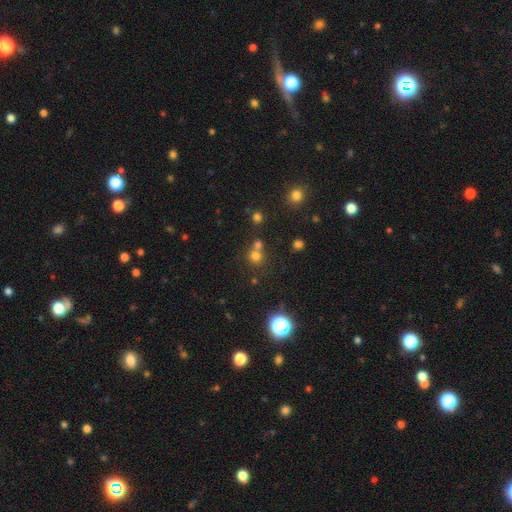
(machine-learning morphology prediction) Smooth or featured?
  - smooth: 67% *
  - star or artifact: 25%
  - featured or disk: 9%
How rounded?
  - round: 89% *
  - in between: 10%
  - cigar-shaped: 1%
Merging?
  - none: 56% *
  - merger: 35%
  - minor disturbance: 6%
  - major disturbance: 3%